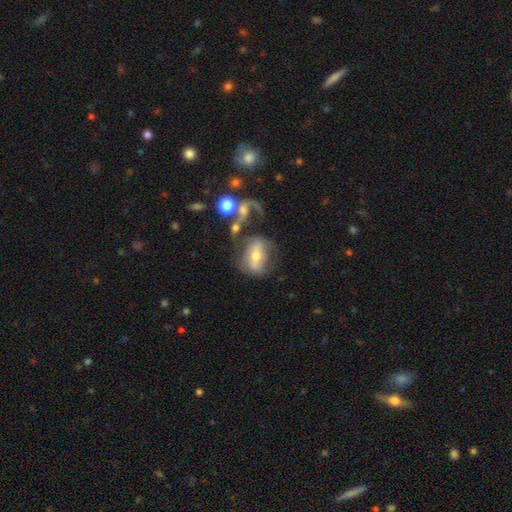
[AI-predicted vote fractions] smooth-or-featured: featured or disk: 55% | smooth: 36% | star or artifact: 9%
  disk-edge-on: no: 89% | yes: 11%
  merging: none: 42% | merger: 20% | major disturbance: 20% | minor disturbance: 18%